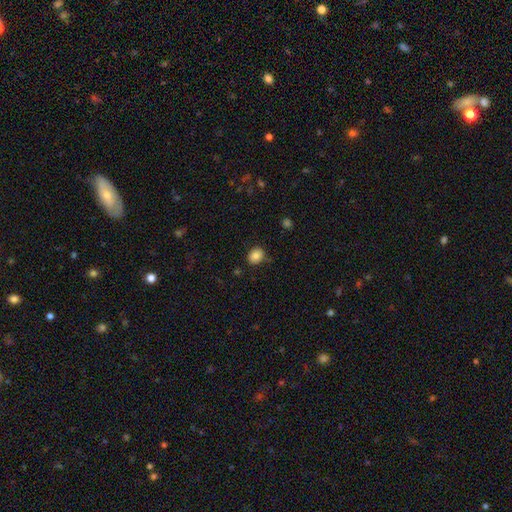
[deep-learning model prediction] smooth-or-featured: smooth: 83% | star or artifact: 9% | featured or disk: 7%
  how-rounded: round: 53% | in between: 46% | cigar-shaped: 1%
  merging: none: 82% | minor disturbance: 13% | major disturbance: 3% | merger: 2%